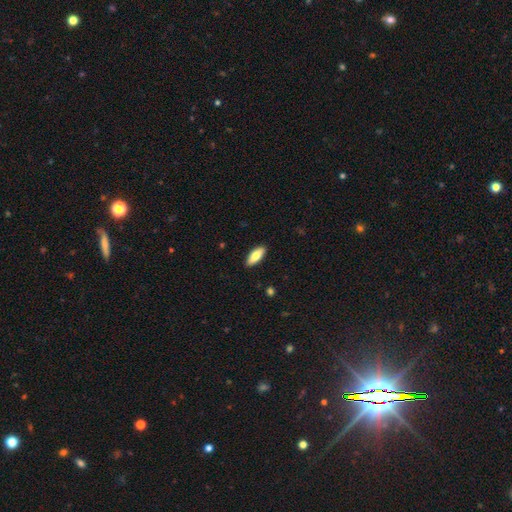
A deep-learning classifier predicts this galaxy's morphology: This appears to be a smooth galaxy with no disk features (79%) that is in between round and cigar-shaped (75%). Merging: none (90%).